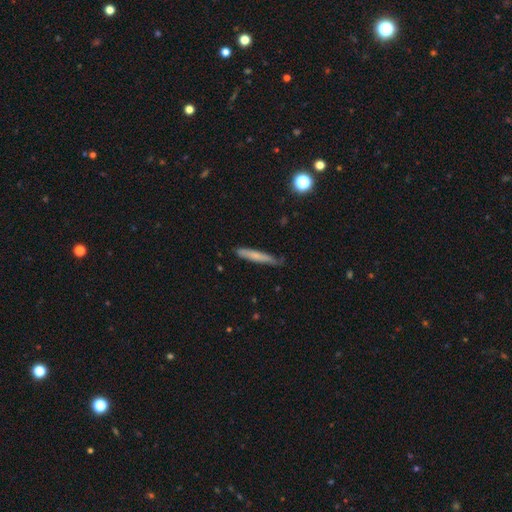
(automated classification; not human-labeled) A smooth galaxy with no disk features (65%) that is cigar-shaped (93%). Merging: none (76%).